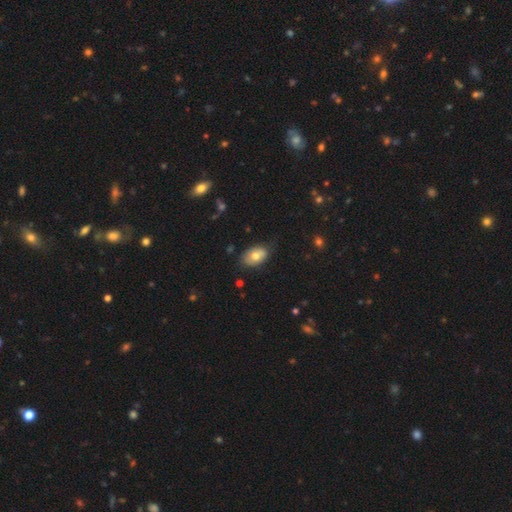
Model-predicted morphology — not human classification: smooth_or_featured: smooth (p=0.72) [alt: featured or disk p=0.20]
how_rounded: in between (p=0.89) [alt: round p=0.09]
merging: none (p=0.72) [alt: minor disturbance p=0.22]